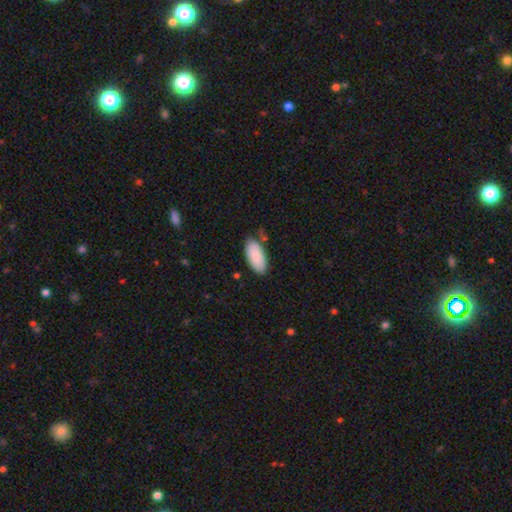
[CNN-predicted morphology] This is clearly a smooth galaxy (89%). How rounded: clearly in between (92%). Merging: likely none (78%).